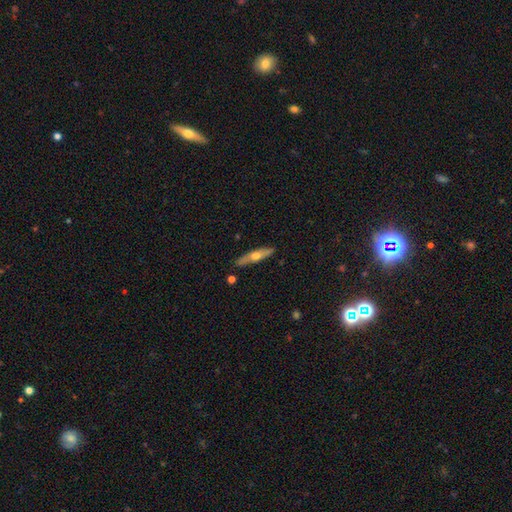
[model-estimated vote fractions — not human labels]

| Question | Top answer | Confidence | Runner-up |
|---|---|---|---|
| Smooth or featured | featured or disk | 52% | smooth (42%) |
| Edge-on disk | yes | 89% | no (11%) |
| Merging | none | 87% | minor disturbance (9%) |